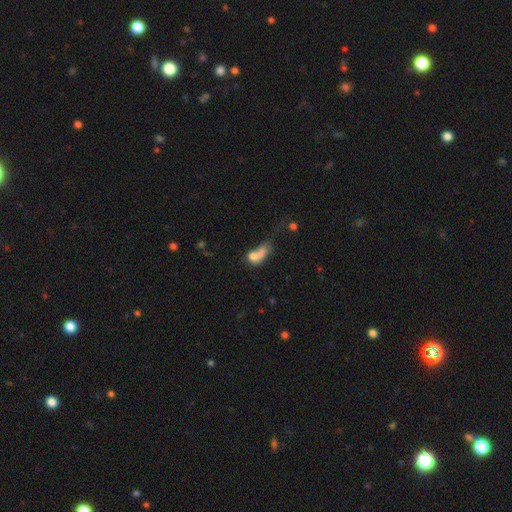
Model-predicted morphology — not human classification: The model was most divided on "merging": merger: 40%, major disturbance: 26%, none: 19%, minor disturbance: 14%. More confident: smooth or featured — smooth (68%); how rounded — in between (59%).